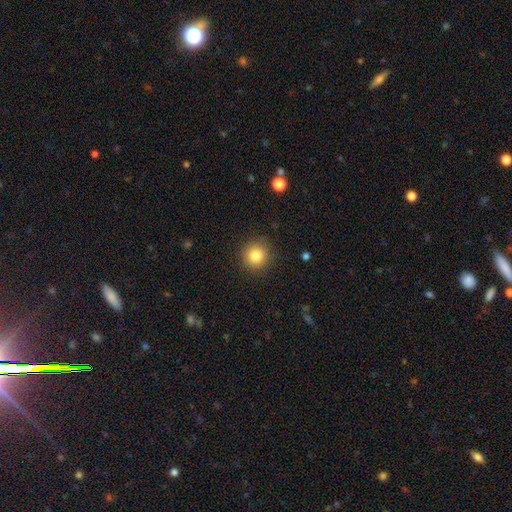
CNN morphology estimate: smooth-or-featured: smooth: 83% | star or artifact: 11% | featured or disk: 6%
  how-rounded: round: 93% | in between: 6% | cigar-shaped: 1%
  merging: none: 89% | minor disturbance: 7% | major disturbance: 2% | merger: 1%